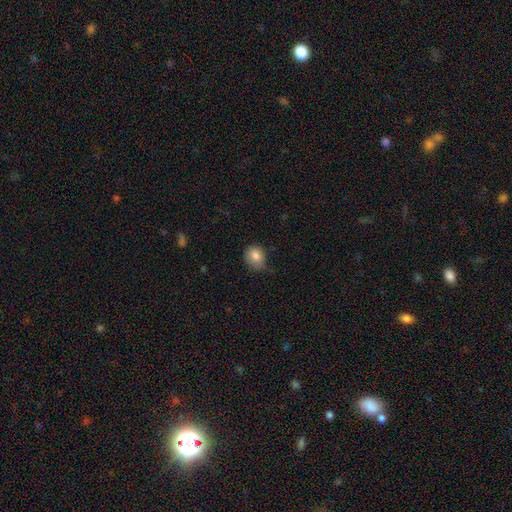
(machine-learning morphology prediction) Smooth or featured? Predicted: smooth (p=0.82). How rounded? Predicted: round (p=0.65). Merging? Predicted: none (p=0.58).